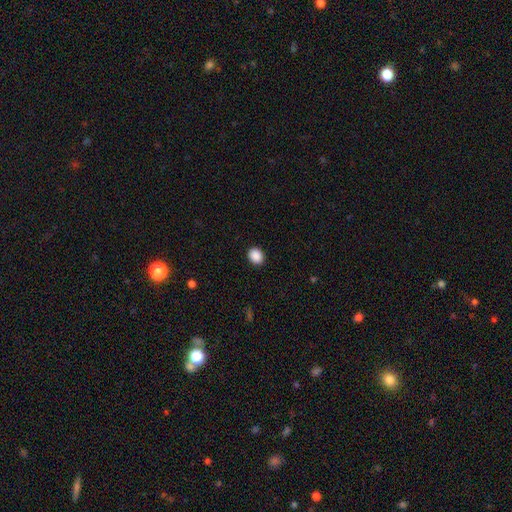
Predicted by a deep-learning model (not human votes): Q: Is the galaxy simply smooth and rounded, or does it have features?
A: smooth — 89%.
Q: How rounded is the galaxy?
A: round — 64%.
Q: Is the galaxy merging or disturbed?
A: none — 92%.